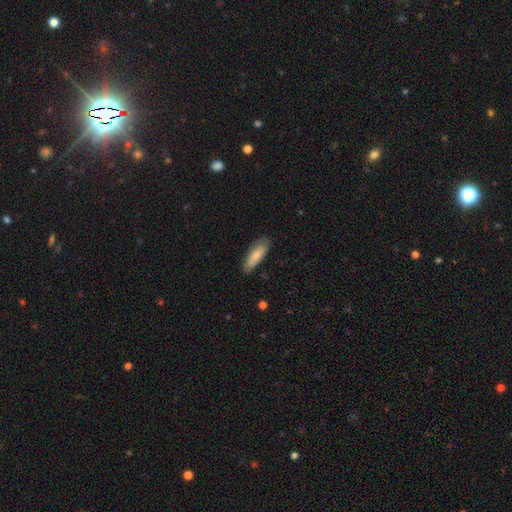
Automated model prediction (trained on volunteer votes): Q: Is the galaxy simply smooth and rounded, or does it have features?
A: smooth — 75%.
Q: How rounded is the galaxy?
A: in between — 59%.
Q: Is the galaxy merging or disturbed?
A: none — 79%.